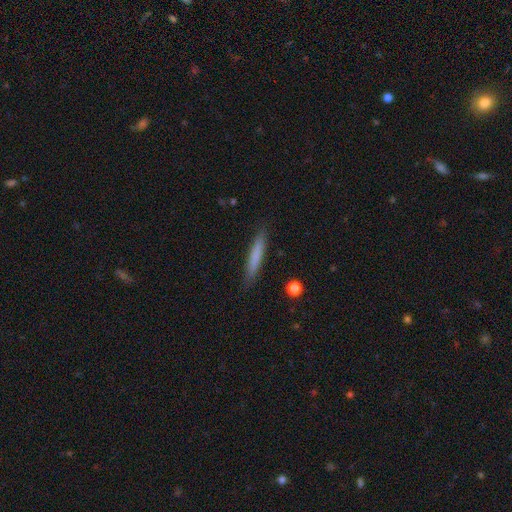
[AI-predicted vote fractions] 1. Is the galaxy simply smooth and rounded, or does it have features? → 73% smooth, 21% featured or disk, 6% star or artifact.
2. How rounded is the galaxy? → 94% cigar-shaped, 4% in between, 1% round.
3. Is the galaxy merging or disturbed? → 89% none, 8% minor disturbance, 2% major disturbance, 1% merger.